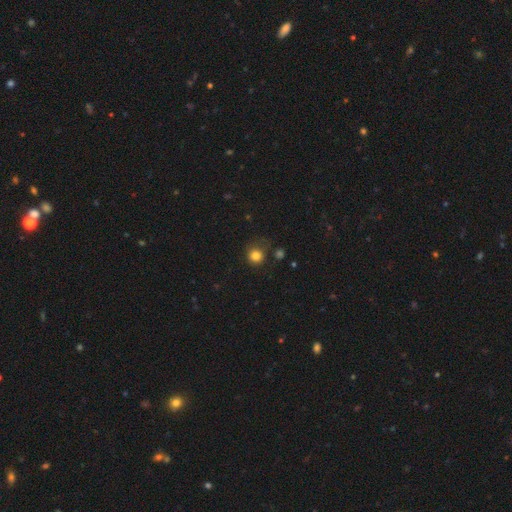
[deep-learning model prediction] The model was most divided on "merging": none: 75%, minor disturbance: 16%, major disturbance: 6%, merger: 3%. More confident: how rounded — round (91%); smooth or featured — smooth (82%).